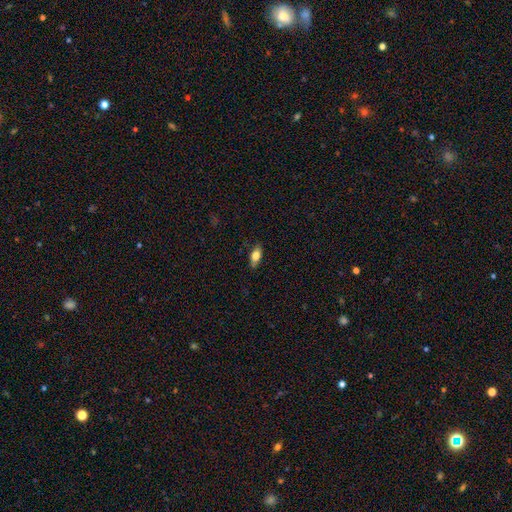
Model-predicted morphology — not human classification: Smooth or featured: smooth — 71% (featured or disk — 21%)
How rounded: in between — 82% (cigar-shaped — 13%)
Merging: none — 83% (minor disturbance — 13%)